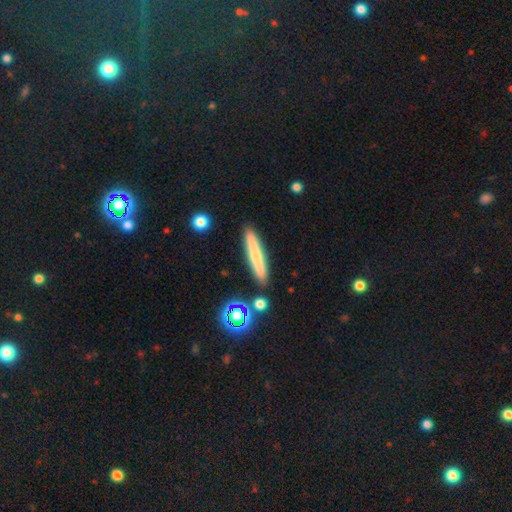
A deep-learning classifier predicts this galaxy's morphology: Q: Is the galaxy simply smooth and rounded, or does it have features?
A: smooth — 59%.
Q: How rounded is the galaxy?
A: cigar-shaped — 93%.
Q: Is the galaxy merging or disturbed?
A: none — 89%.